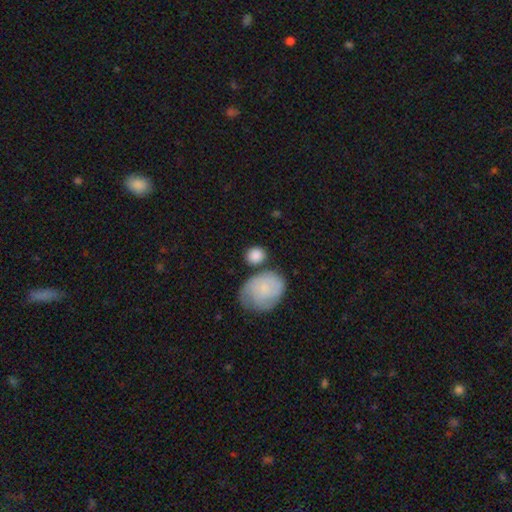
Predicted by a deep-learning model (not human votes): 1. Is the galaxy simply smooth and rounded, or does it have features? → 83% smooth, 11% featured or disk, 6% star or artifact.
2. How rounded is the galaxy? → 60% round, 39% in between, 2% cigar-shaped.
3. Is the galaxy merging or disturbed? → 66% none, 15% minor disturbance, 14% merger, 5% major disturbance.